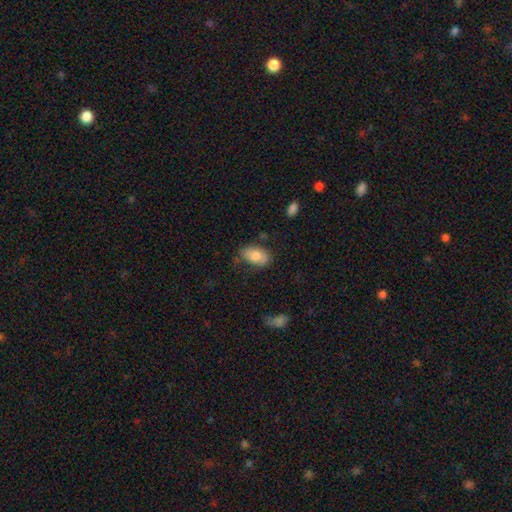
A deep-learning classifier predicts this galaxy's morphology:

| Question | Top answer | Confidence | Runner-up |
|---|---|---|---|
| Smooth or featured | smooth | 79% | featured or disk (14%) |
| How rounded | in between | 91% | round (7%) |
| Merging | none | 71% | minor disturbance (21%) |